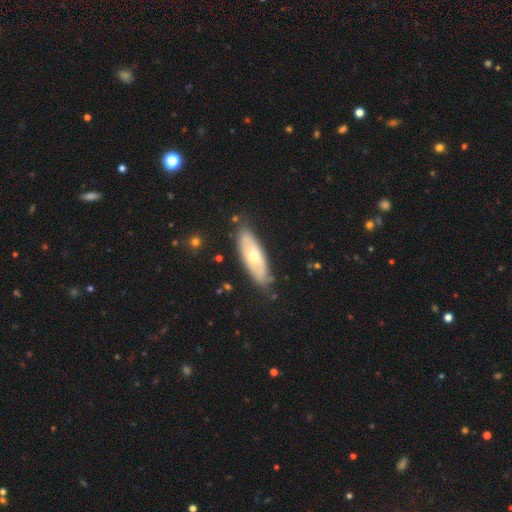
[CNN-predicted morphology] smooth-or-featured: featured or disk: 52% | smooth: 42% | star or artifact: 6%
  disk-edge-on: no: 67% | yes: 33%
  merging: none: 82% | minor disturbance: 14% | major disturbance: 3% | merger: 2%